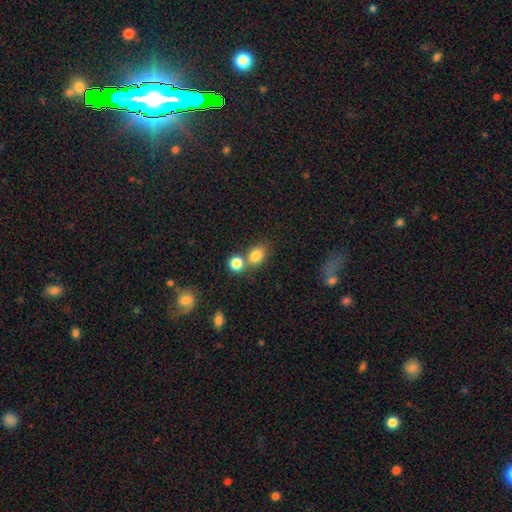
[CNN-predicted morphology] type=smooth (82%); roundness=in between (54%); merging=none (48%).